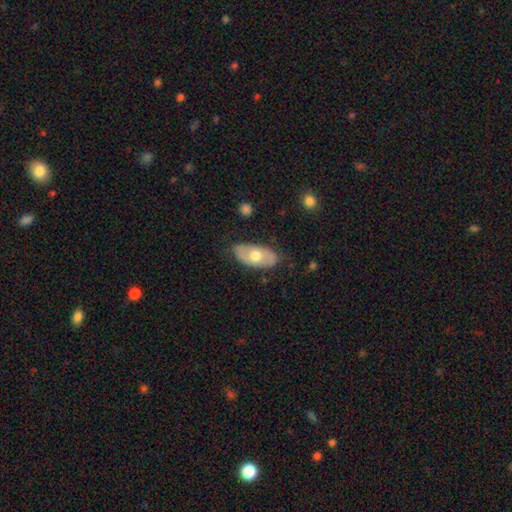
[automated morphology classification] type=smooth (53%); roundness=in between (93%); merging=none (79%).